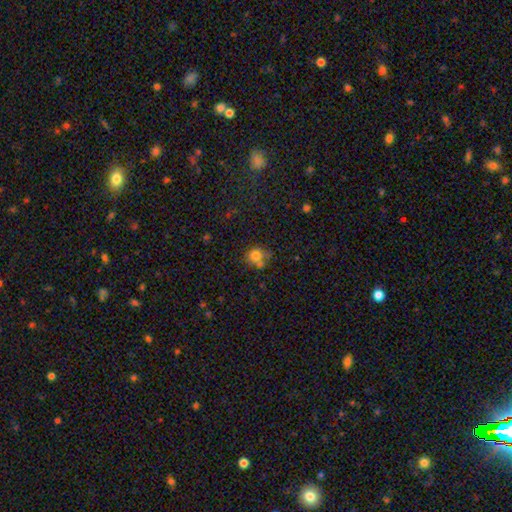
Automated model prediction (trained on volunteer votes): Morphology: type=smooth (74%); roundness=round (74%); merging=none (48%).